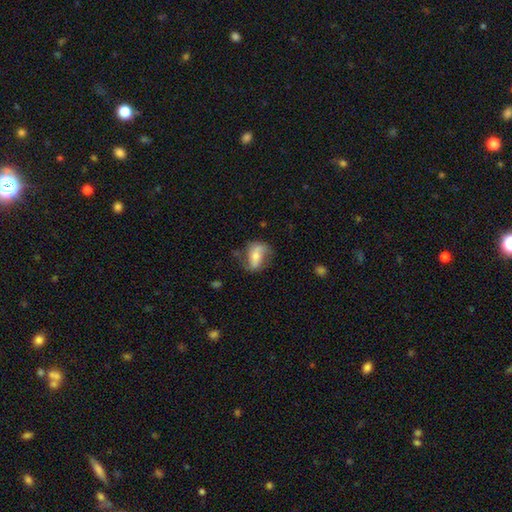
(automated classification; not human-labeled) Overall: featured or disk (54%; smooth 39%). Edge-on disk: no (89%). Merging: none (62%; minor disturbance 24%).